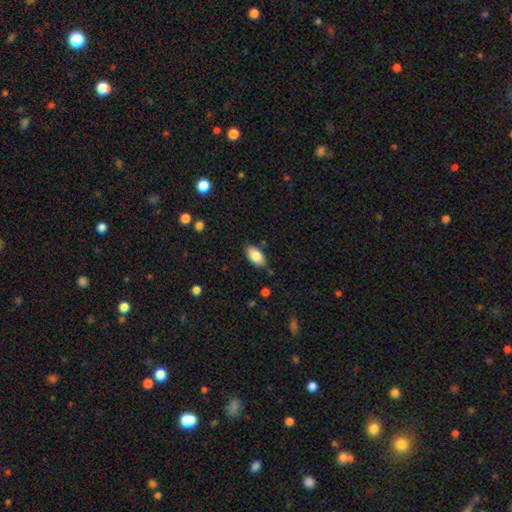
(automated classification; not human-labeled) This appears to be a smooth galaxy with no disk features (84%) that is in between round and cigar-shaped (93%). Merging: none (83%).